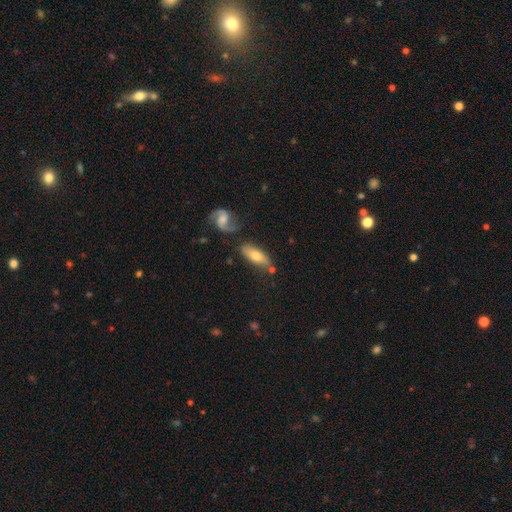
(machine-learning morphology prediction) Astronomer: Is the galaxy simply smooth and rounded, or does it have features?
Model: smooth — 62%.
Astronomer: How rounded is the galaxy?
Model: in between — 68%.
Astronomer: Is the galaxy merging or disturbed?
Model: none — 67%.